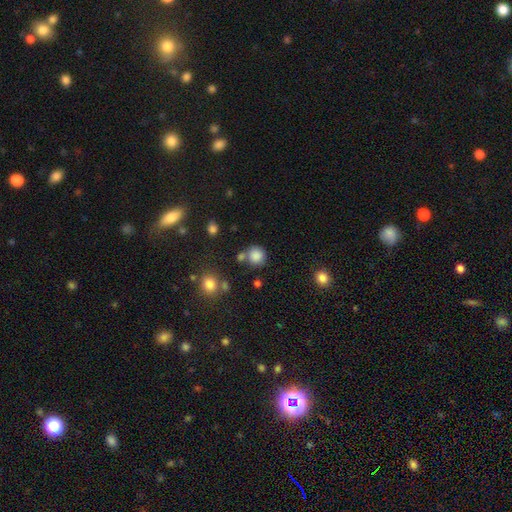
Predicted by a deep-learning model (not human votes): This is clearly a smooth galaxy (84%). How rounded: clearly round (90%). Merging: likely none (70%).